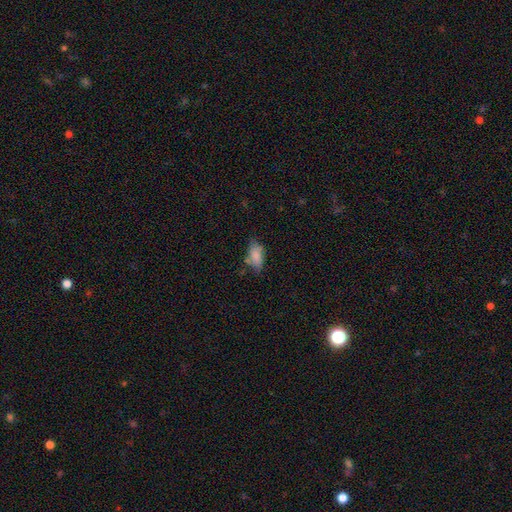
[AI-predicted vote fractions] smooth-or-featured: smooth: 81% | featured or disk: 11% | star or artifact: 8%
  how-rounded: in between: 89% | cigar-shaped: 7% | round: 4%
  merging: none: 57% | minor disturbance: 27% | merger: 9% | major disturbance: 7%